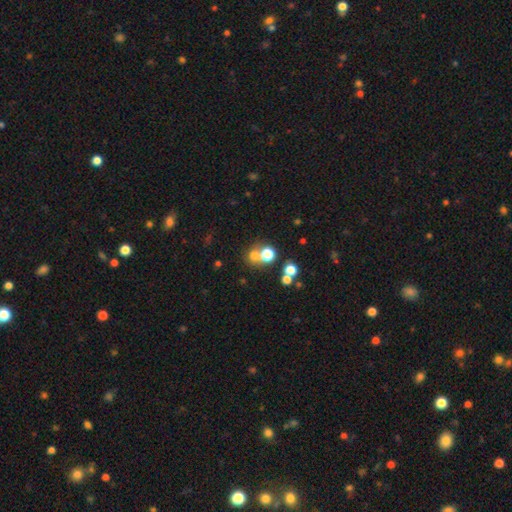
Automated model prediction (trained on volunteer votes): This appears to be a smooth galaxy with no disk features (63%) that is round (75%). Merging: merger (45%).